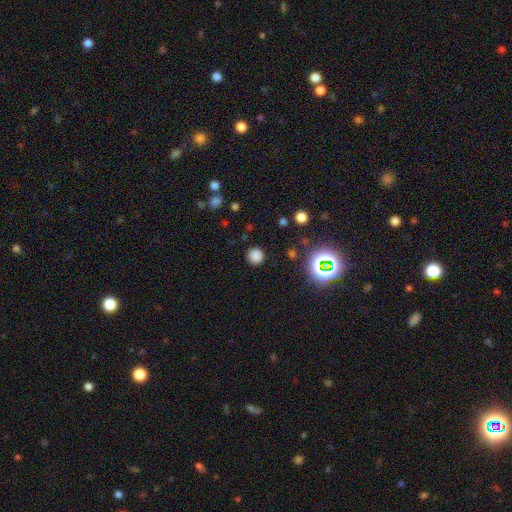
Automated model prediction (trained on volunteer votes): A smooth galaxy with no disk features (78%) that is round (92%).

Vote fractions:
- Smooth or featured? smooth: 78% / star or artifact: 18% / featured or disk: 4%
- How rounded? round: 92% / in between: 7% / cigar-shaped: 1%
- Merging? none: 88% / minor disturbance: 7% / major disturbance: 3% / merger: 2%